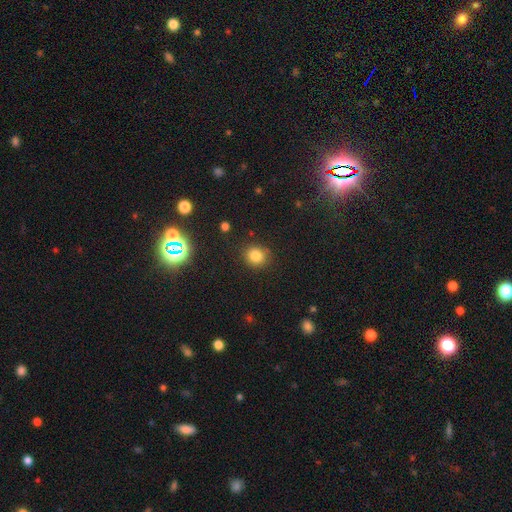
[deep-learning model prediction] A smooth galaxy with no disk features (80%) that is round (83%).

Vote fractions:
- Smooth or featured? smooth: 80% / star or artifact: 14% / featured or disk: 6%
- How rounded? round: 83% / in between: 16% / cigar-shaped: 1%
- Merging? none: 86% / minor disturbance: 9% / major disturbance: 3% / merger: 2%